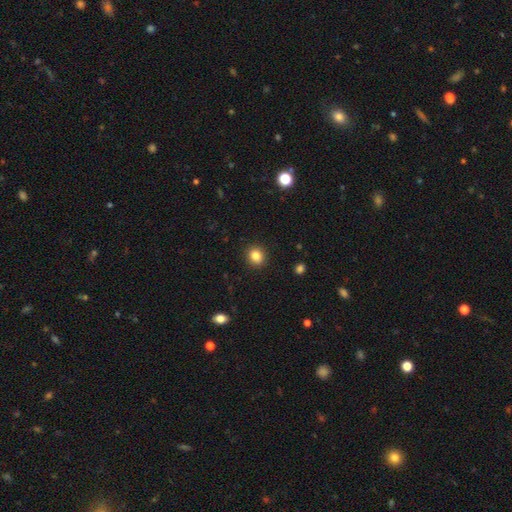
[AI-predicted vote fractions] Overall: smooth (84%). How rounded: round (77%). Merging: none (91%).